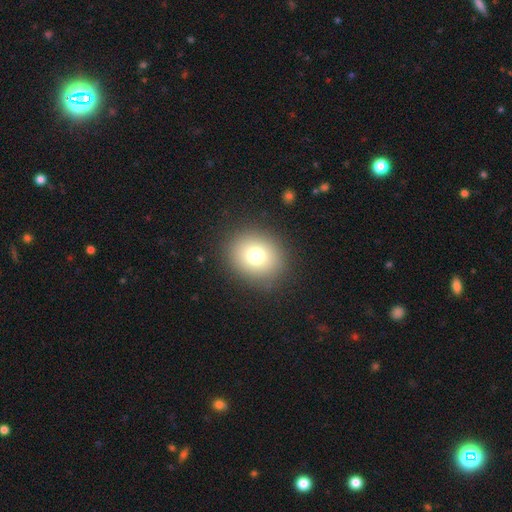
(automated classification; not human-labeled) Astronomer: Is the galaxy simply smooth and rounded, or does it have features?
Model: smooth — 74%.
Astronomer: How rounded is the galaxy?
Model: round — 74%.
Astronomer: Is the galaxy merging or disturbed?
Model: none — 88%.